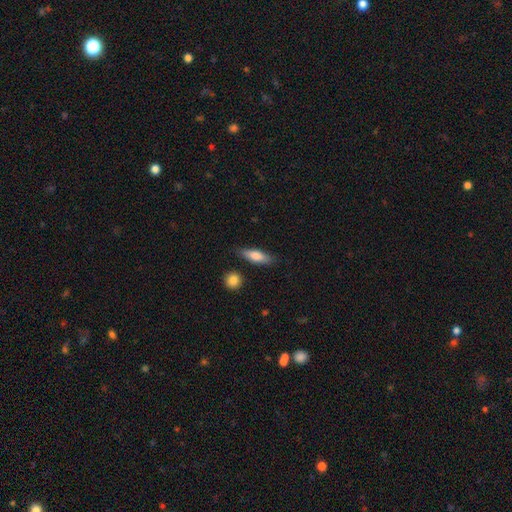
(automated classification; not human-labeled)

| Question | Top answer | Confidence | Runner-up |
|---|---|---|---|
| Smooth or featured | smooth | 74% | featured or disk (20%) |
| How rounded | cigar-shaped | 51% | in between (46%) |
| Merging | none | 81% | minor disturbance (13%) |